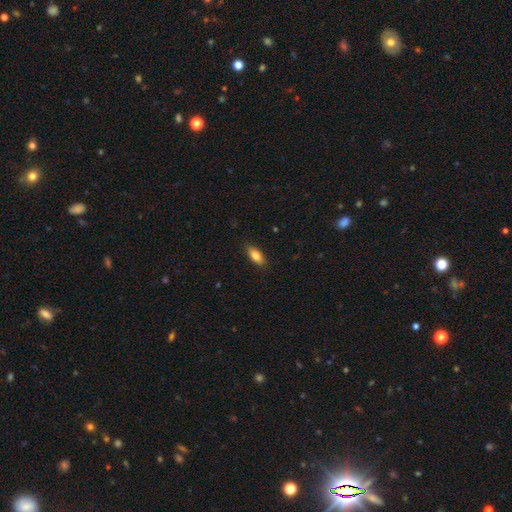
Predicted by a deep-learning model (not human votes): Smooth or featured? smooth (82%)
How rounded? in between (82%)
Merging? none (87%)